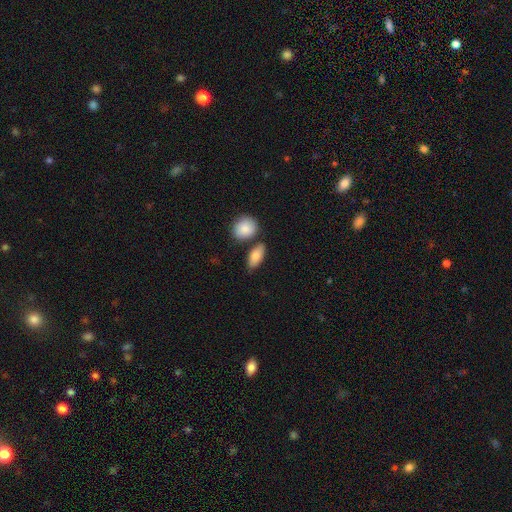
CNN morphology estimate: smooth_or_featured: smooth (p=0.86) [alt: featured or disk p=0.08]
how_rounded: in between (p=0.87) [alt: cigar-shaped p=0.07]
merging: none (p=0.66) [alt: merger p=0.15]